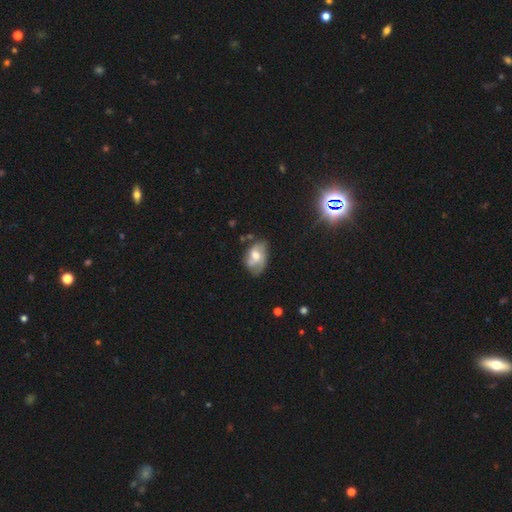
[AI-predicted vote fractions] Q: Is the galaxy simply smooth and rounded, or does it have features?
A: featured or disk — 55%.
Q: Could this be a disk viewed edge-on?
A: no — 96%.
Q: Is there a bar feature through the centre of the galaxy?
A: no — 61%.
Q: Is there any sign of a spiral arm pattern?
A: yes — 73%.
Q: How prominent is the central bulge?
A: moderate — 61%.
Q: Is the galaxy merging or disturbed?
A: none — 50%.